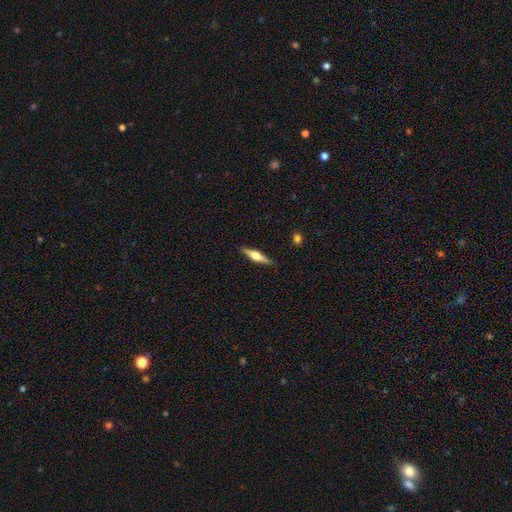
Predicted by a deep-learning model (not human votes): Smooth or featured?
  - featured or disk: 66% *
  - smooth: 29%
  - star or artifact: 6%
Edge-on disk?
  - yes: 97% *
  - no: 3%
Edge-on bulge?
  - rounded: 92% *
  - boxy: 5%
  - none: 2%
Merging?
  - none: 90% *
  - minor disturbance: 8%
  - major disturbance: 2%
  - merger: 1%